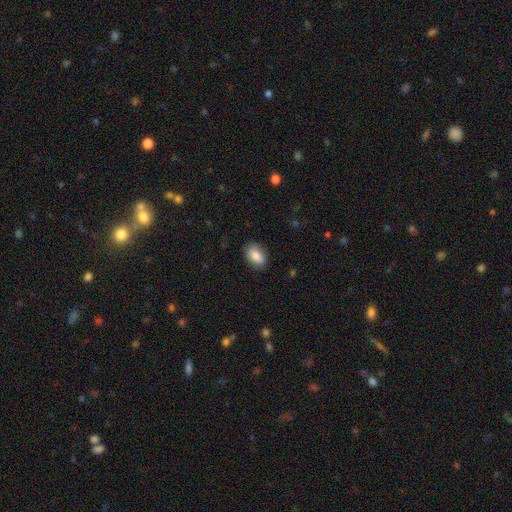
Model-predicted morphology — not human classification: The model was most divided on "merging": none: 86%, minor disturbance: 10%, major disturbance: 3%, merger: 1%. More confident: how rounded — in between (88%); smooth or featured — smooth (85%).